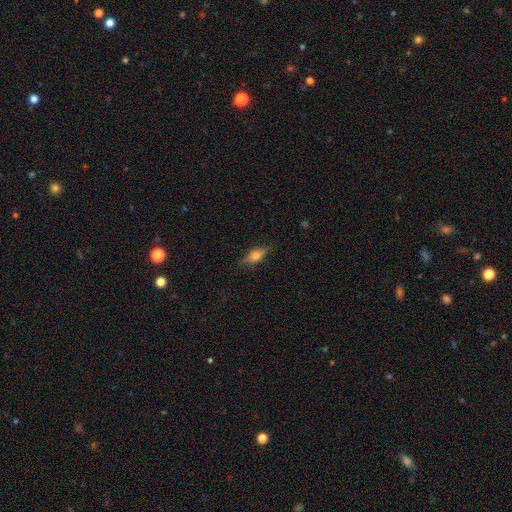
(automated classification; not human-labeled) This appears to be a smooth galaxy with no disk features (51%) that is in between round and cigar-shaped (60%). Merging: none (83%).